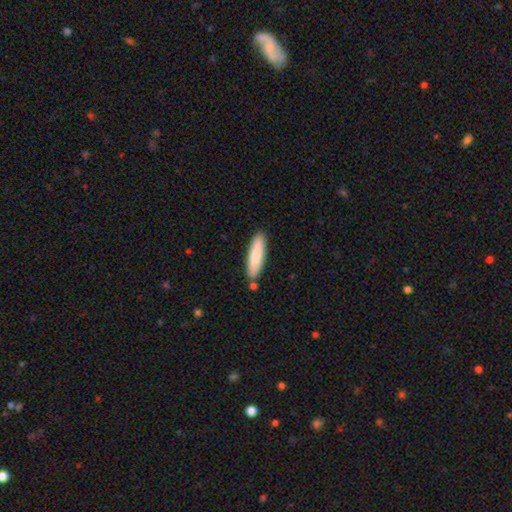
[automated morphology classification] This appears to be a smooth galaxy with no disk features (80%) that is cigar-shaped (72%). Merging: none (83%).